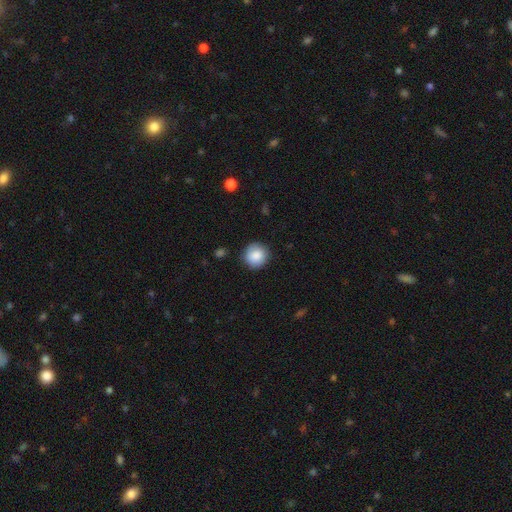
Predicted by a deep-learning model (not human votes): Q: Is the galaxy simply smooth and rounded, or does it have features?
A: smooth — 86%.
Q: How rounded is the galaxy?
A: round — 91%.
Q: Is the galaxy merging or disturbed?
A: none — 87%.